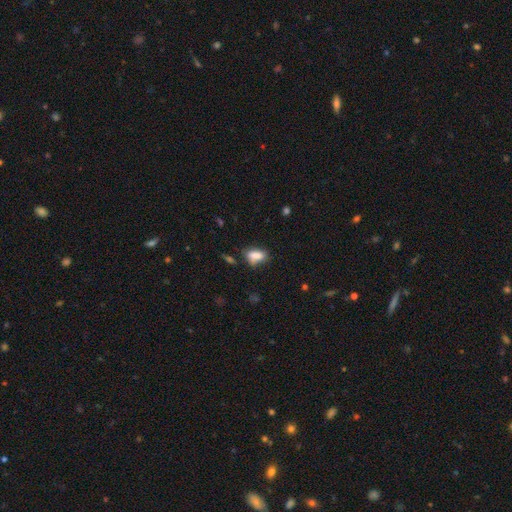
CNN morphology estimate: This appears to be a smooth galaxy with no disk features (81%) that is in between round and cigar-shaped (86%). Merging: none (54%).